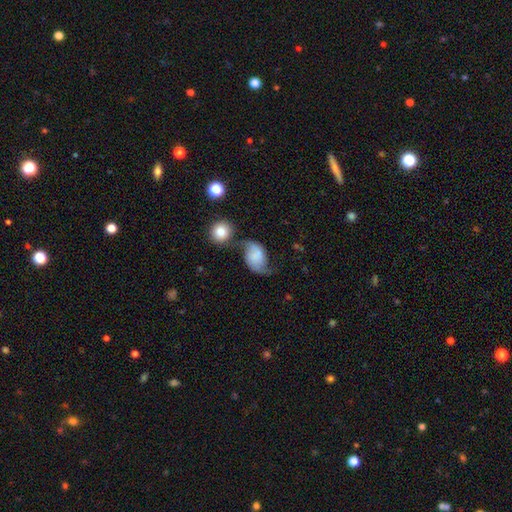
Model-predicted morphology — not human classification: A featured or disk galaxy (53%) with no bar (64%), spiral arms (88%) and no central bulge (43%). Merging: none (46%).